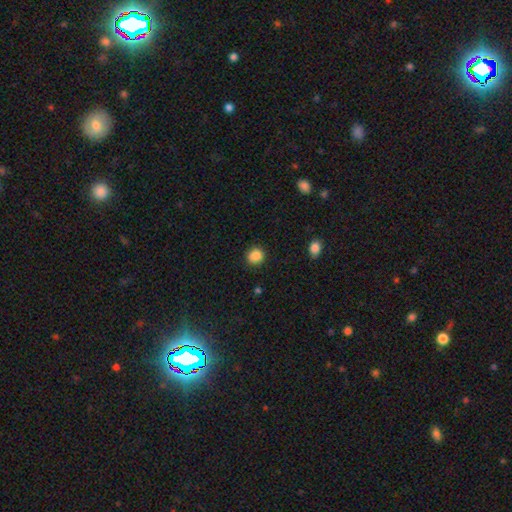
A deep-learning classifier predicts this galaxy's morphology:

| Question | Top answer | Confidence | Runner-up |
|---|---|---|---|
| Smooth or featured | smooth | 87% | star or artifact (10%) |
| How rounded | round | 85% | in between (14%) |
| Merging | none | 88% | minor disturbance (8%) |